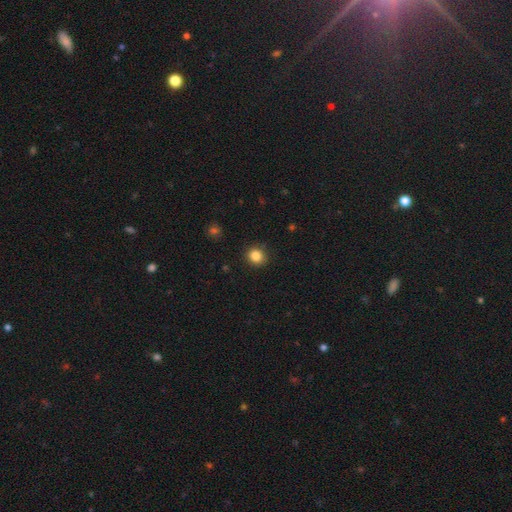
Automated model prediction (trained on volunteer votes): Morphology: type=smooth (84%); roundness=round (86%); merging=none (90%).